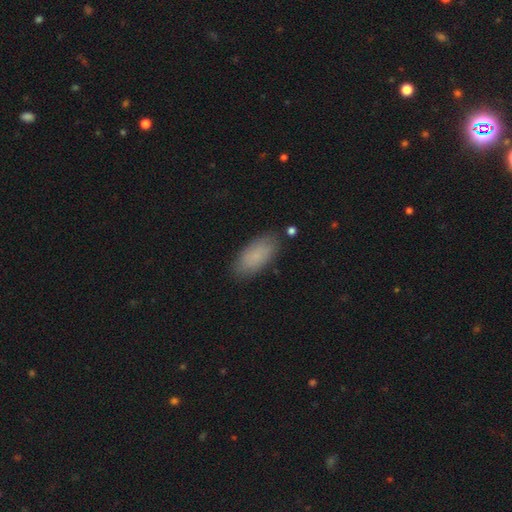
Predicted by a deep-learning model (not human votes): smooth_or_featured: smooth (p=0.83) [alt: featured or disk p=0.09]
how_rounded: in between (p=0.87) [alt: cigar-shaped p=0.11]
merging: none (p=0.83) [alt: minor disturbance p=0.12]